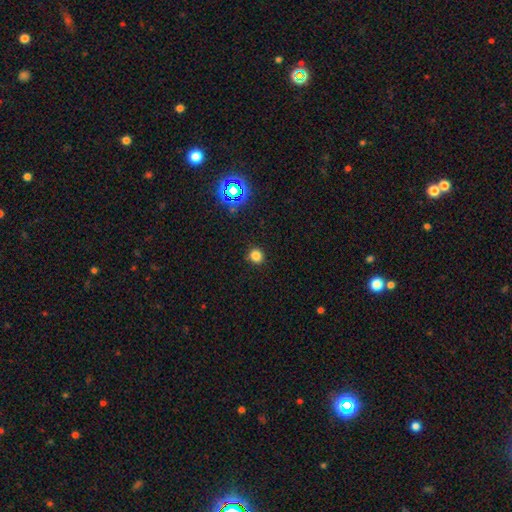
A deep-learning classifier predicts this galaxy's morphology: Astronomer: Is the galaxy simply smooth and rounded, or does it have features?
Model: smooth — 79%.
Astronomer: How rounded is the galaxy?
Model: round — 86%.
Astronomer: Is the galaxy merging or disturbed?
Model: none — 90%.